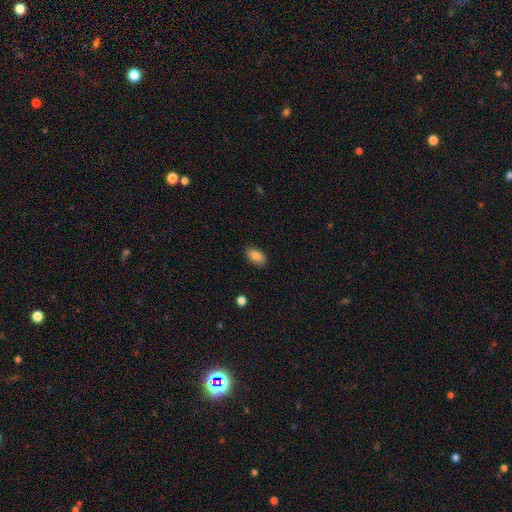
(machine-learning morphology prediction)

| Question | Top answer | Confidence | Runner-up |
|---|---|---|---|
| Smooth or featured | smooth | 85% | star or artifact (8%) |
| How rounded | in between | 93% | round (5%) |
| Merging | none | 87% | minor disturbance (10%) |